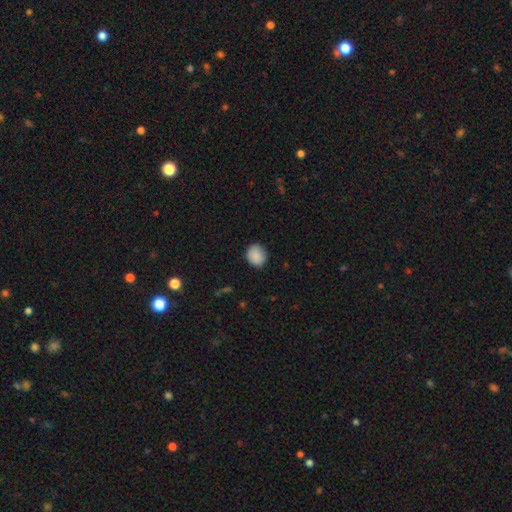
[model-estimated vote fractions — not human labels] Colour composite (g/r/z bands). It shows a smooth galaxy with no disk features (89%) that is round (73%). Merging: none (85%).